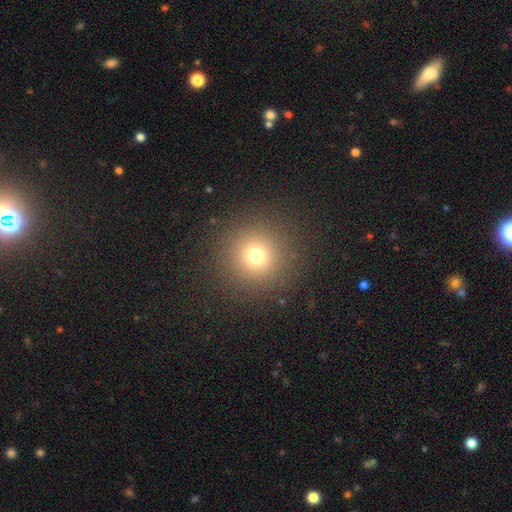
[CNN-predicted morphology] Smooth or featured? smooth (72%)
How rounded? round (96%)
Merging? none (90%)